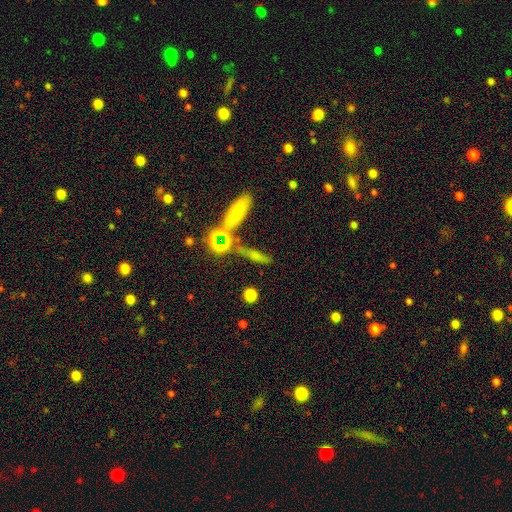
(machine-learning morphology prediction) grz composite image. It shows a smooth galaxy with no disk features (57%) that is cigar-shaped (65%). Merging: none (61%).